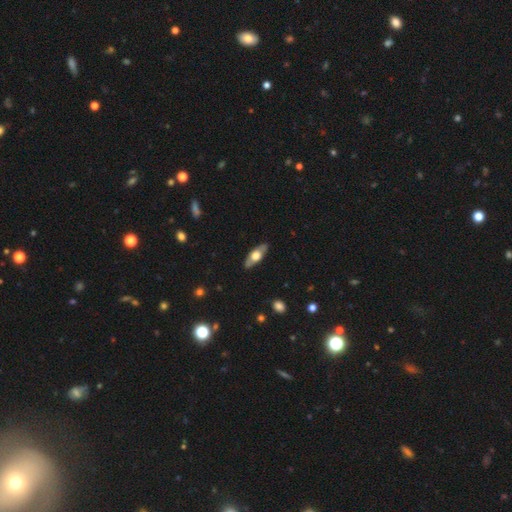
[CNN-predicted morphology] Overall: featured or disk (48%; smooth 47%). Merging: none (84%).